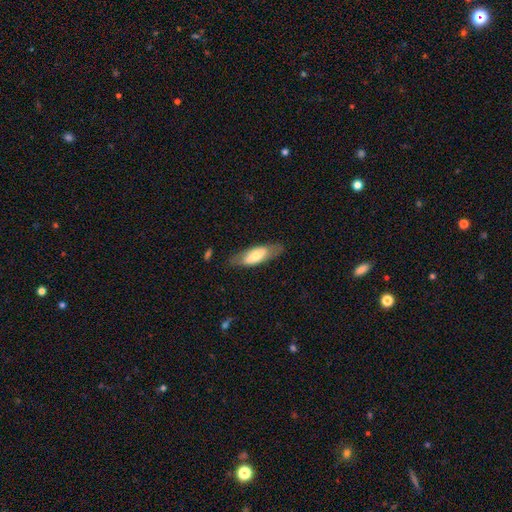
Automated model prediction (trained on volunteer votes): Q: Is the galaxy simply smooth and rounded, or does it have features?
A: smooth — 54%.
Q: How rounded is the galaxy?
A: in between — 66%.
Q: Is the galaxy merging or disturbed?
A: none — 75%.